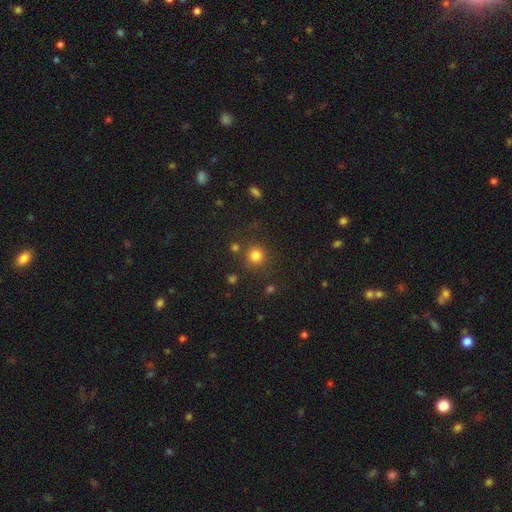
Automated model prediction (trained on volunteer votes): A smooth galaxy with no disk features (80%) that is round (91%). Merging: none (79%).